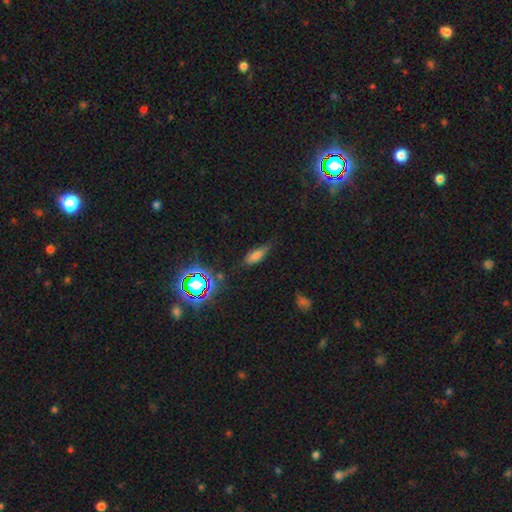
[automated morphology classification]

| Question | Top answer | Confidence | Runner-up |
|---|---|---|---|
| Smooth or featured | smooth | 67% | star or artifact (18%) |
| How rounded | in between | 66% | cigar-shaped (31%) |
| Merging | none | 64% | minor disturbance (26%) |